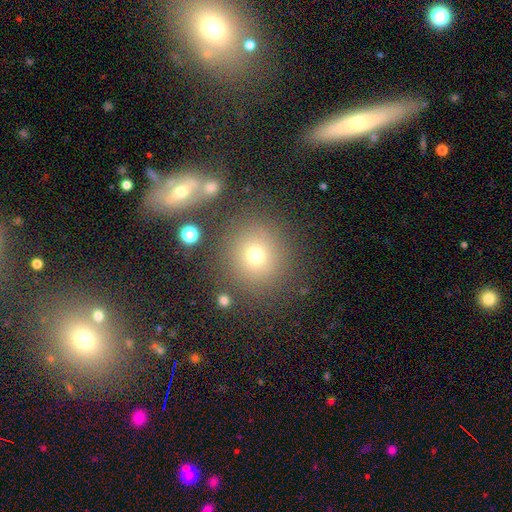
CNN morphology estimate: smooth 69%, star or artifact 18%, featured or disk 13%. Down the decision tree: how rounded — round (89%); merging — none (79%).